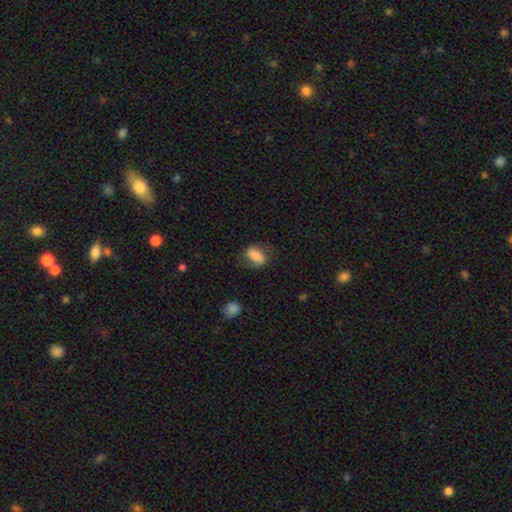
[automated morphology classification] smooth-or-featured: smooth: 77% | featured or disk: 16% | star or artifact: 8%
  how-rounded: in between: 86% | round: 10% | cigar-shaped: 4%
  merging: none: 66% | minor disturbance: 22% | major disturbance: 10% | merger: 2%